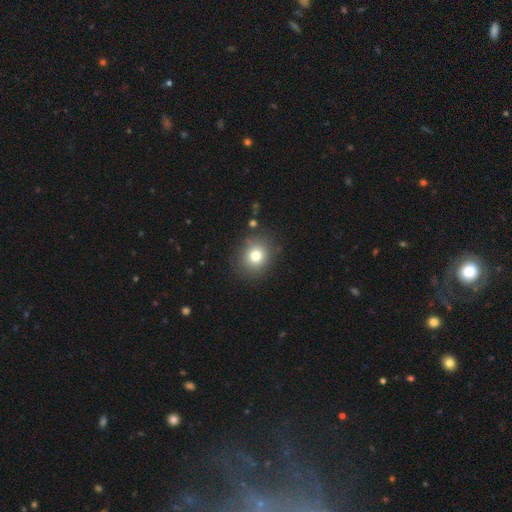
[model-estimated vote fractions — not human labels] A smooth galaxy with no disk features (77%) that is round (78%).

Vote fractions:
- Smooth or featured? smooth: 77% / star or artifact: 13% / featured or disk: 11%
- How rounded? round: 78% / in between: 21% / cigar-shaped: 1%
- Merging? none: 85% / minor disturbance: 9% / major disturbance: 3% / merger: 2%